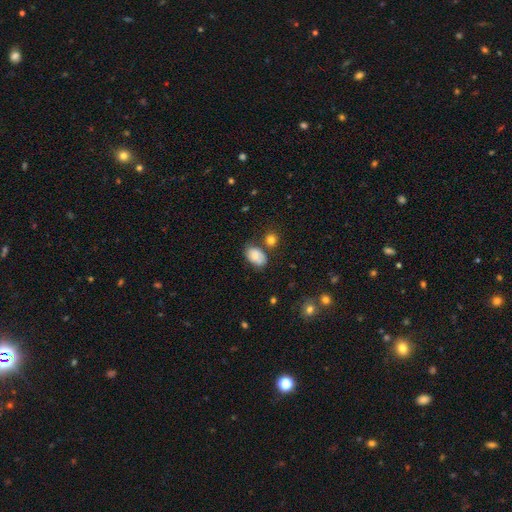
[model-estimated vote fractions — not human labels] Smooth or featured?
  - smooth: 70% *
  - featured or disk: 21%
  - star or artifact: 10%
How rounded?
  - in between: 85% *
  - round: 13%
  - cigar-shaped: 1%
Merging?
  - none: 54% *
  - minor disturbance: 25%
  - merger: 13%
  - major disturbance: 8%